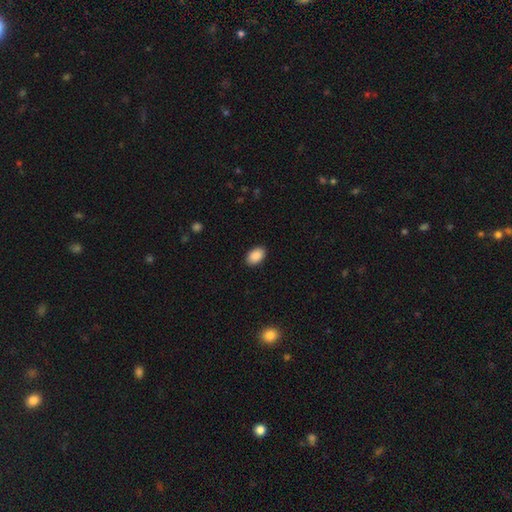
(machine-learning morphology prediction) Smooth or featured? smooth (90%)
How rounded? in between (89%)
Merging? none (90%)